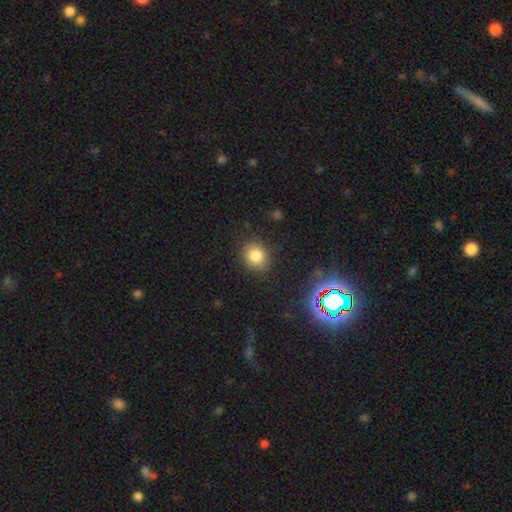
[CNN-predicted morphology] smooth-or-featured: smooth: 83% | star or artifact: 11% | featured or disk: 6%
  how-rounded: round: 65% | in between: 34% | cigar-shaped: 1%
  merging: none: 85% | minor disturbance: 11% | major disturbance: 3% | merger: 2%